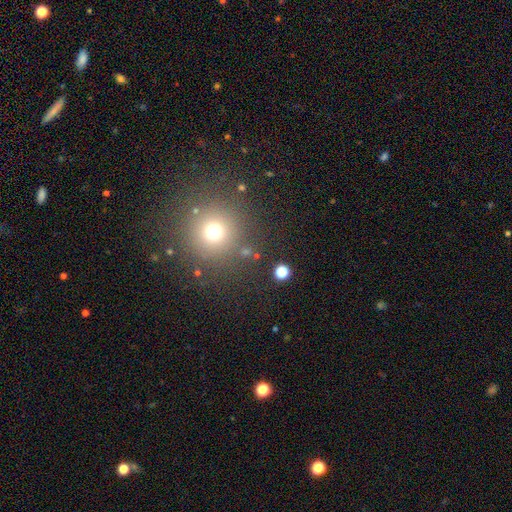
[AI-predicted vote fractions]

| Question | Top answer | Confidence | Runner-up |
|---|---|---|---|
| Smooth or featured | smooth | 63% | star or artifact (29%) |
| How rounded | round | 93% | in between (6%) |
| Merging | none | 85% | minor disturbance (7%) |